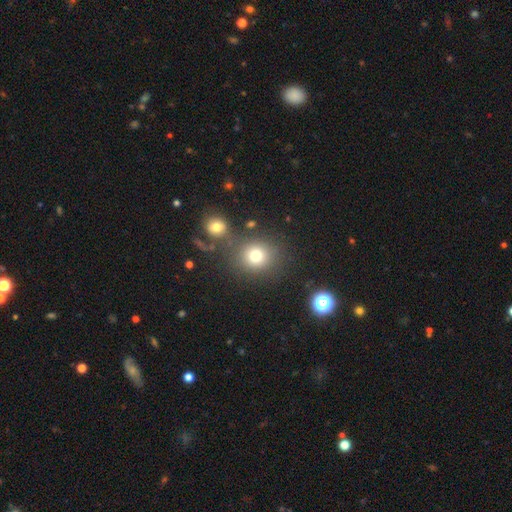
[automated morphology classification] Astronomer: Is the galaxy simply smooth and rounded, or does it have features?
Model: smooth — 76%.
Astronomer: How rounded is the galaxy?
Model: round — 85%.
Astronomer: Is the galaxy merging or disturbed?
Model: none — 74%.